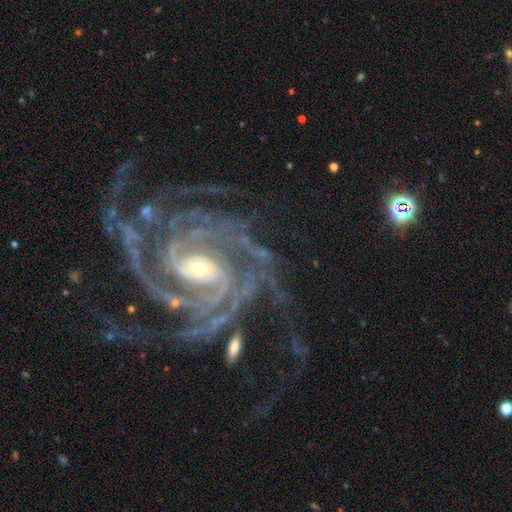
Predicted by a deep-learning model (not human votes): Smooth or featured? featured or disk (93%)
Edge-on disk? no (98%)
Bar? weak (40%)
Spiral arms? yes (99%)
Spiral winding? tight (65%)
Spiral arm count? 4 (28%)
Bulge size? small (53%)
Merging? none (64%)